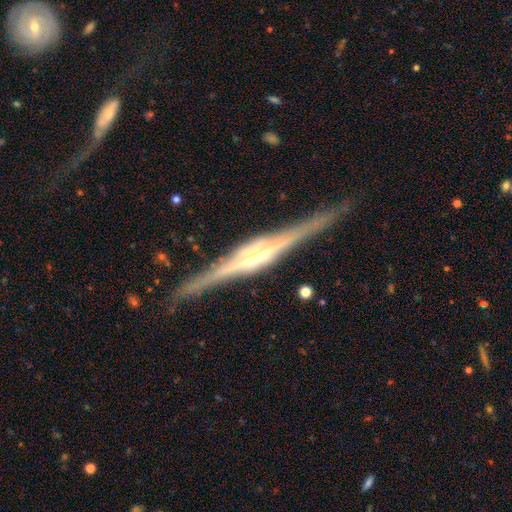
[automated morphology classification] smooth-or-featured: featured or disk: 89% | smooth: 6% | star or artifact: 5%
  disk-edge-on: yes: 98% | no: 2%
    edge-on-bulge: rounded: 69% | boxy: 24% | none: 7%
  merging: none: 87% | minor disturbance: 9% | major disturbance: 2% | merger: 1%